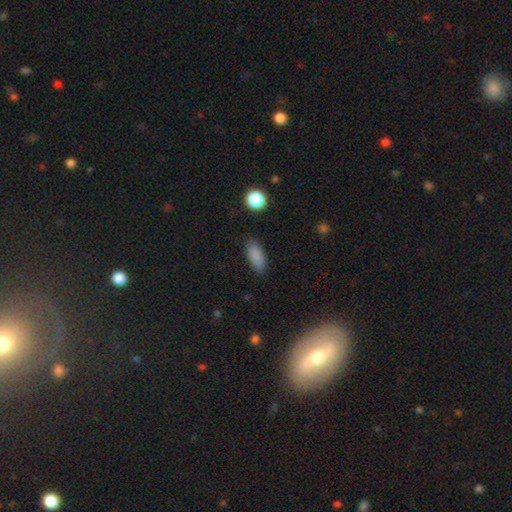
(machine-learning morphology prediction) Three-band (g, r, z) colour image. It shows a smooth galaxy with no disk features (87%) that is in between round and cigar-shaped (85%). Merging: none (85%).